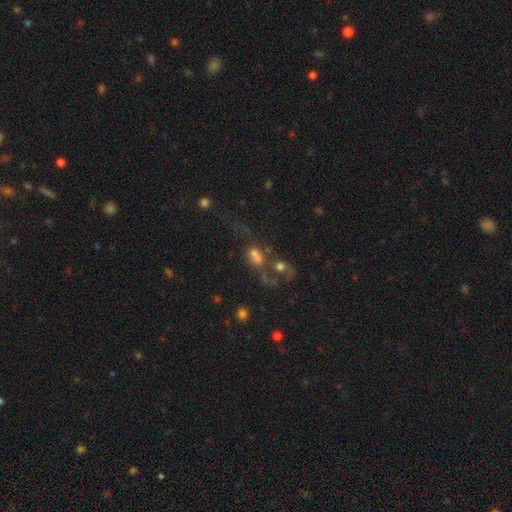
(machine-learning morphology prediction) The model was most divided on "smooth or featured": smooth: 48%, featured or disk: 26%, star or artifact: 26%. More confident: merging — merger (54%).